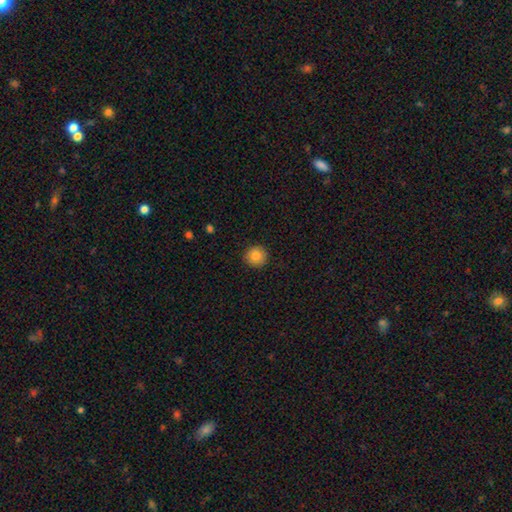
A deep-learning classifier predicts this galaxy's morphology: A smooth galaxy with no disk features (85%) that is round (93%).

Vote fractions:
- Smooth or featured? smooth: 85% / star or artifact: 9% / featured or disk: 6%
- How rounded? round: 93% / in between: 6% / cigar-shaped: 1%
- Merging? none: 90% / minor disturbance: 7% / major disturbance: 2% / merger: 1%